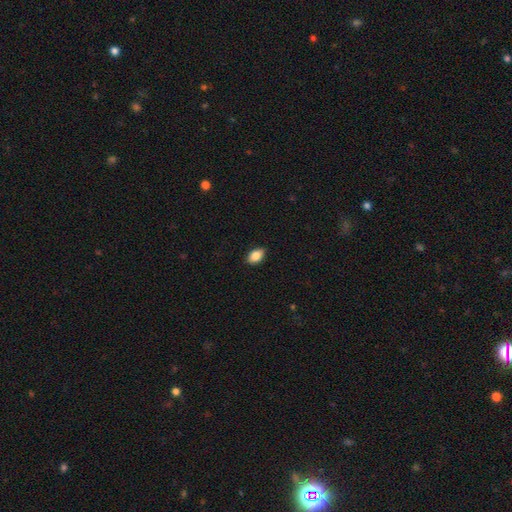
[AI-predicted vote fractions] This is clearly a smooth galaxy (84%). How rounded: clearly in between (90%). Merging: clearly none (88%).